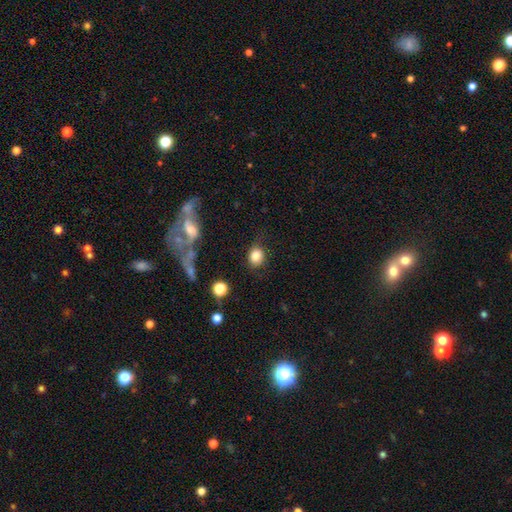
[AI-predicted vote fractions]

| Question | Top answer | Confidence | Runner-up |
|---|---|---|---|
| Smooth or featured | smooth | 81% | star or artifact (10%) |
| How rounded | round | 68% | in between (31%) |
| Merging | none | 74% | minor disturbance (16%) |